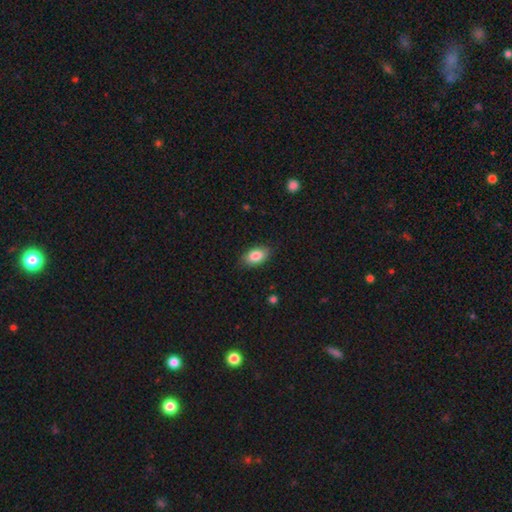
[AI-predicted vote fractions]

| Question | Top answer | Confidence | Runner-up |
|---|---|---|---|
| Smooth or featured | smooth | 84% | featured or disk (9%) |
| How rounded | in between | 91% | round (7%) |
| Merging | none | 84% | minor disturbance (13%) |